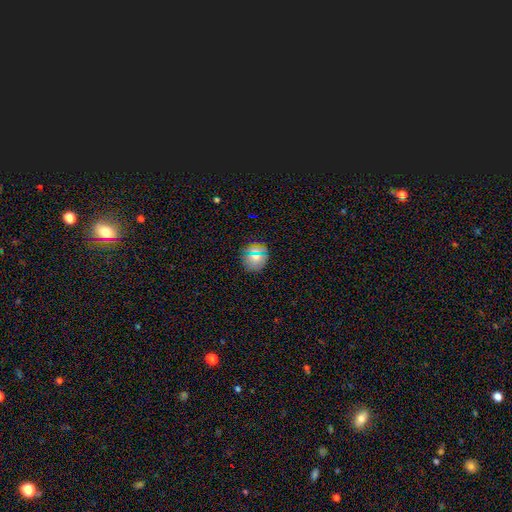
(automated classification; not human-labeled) smooth_or_featured: smooth (p=0.71) [alt: star or artifact p=0.20]
how_rounded: round (p=0.87) [alt: in between p=0.11]
merging: none (p=0.87) [alt: minor disturbance p=0.09]